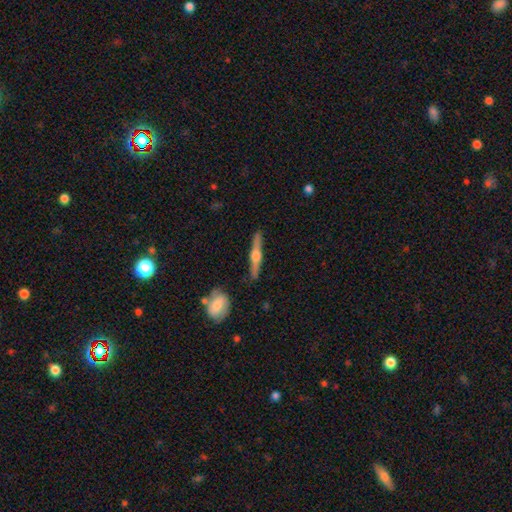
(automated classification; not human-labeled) Morphology: type=featured or disk (72%); edge-on=yes (97%); edge-on bulge=rounded (93%); merging=none (89%).